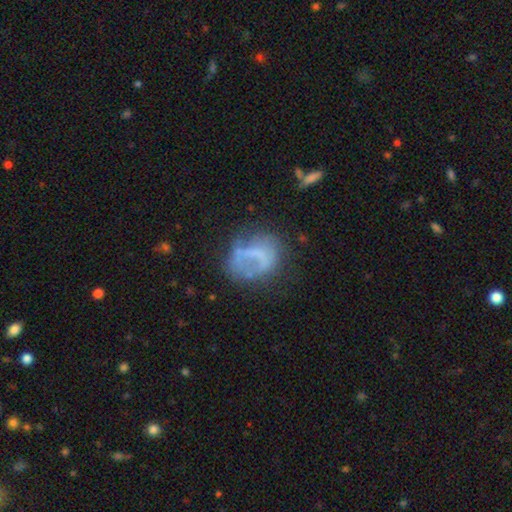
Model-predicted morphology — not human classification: A featured or disk galaxy (49%). Merging: none (46%).